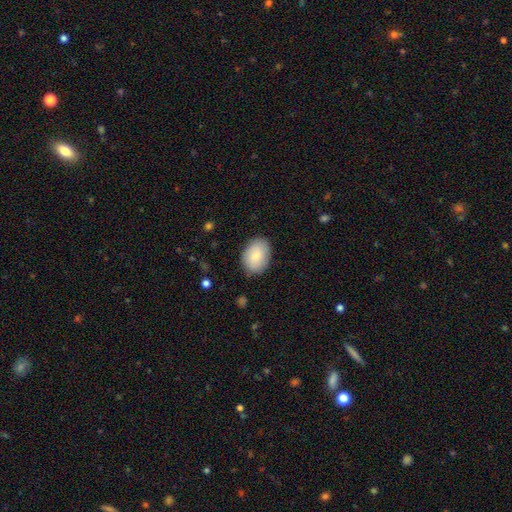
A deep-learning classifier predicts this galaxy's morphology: Overall: smooth (85%). How rounded: in between (79%). Merging: none (84%).